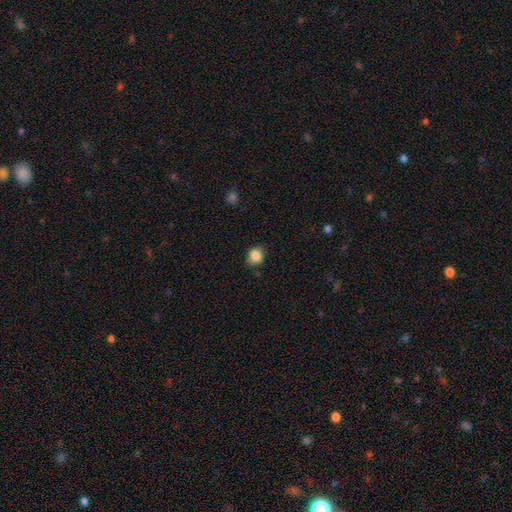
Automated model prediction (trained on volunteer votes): Q: Smooth or featured?
A: smooth (85%); runner-up: star or artifact (10%)
Q: How rounded?
A: round (72%); runner-up: in between (27%)
Q: Merging?
A: none (76%); runner-up: minor disturbance (19%)